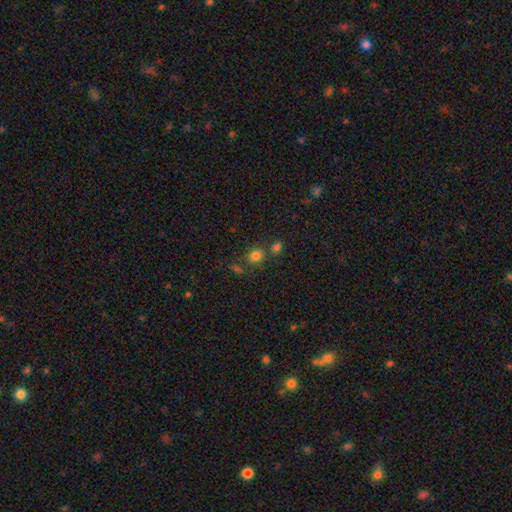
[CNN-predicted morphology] This appears to be a smooth galaxy with no disk features (78%) that is round (75%). Merging: none (65%).